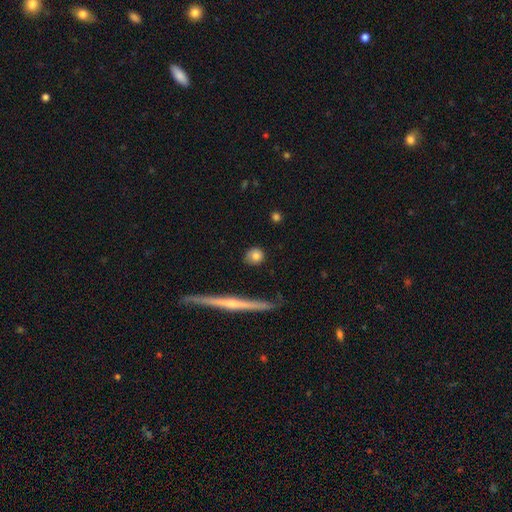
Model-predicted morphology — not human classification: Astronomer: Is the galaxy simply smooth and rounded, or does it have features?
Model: smooth — 78%.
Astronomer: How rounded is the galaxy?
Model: round — 85%.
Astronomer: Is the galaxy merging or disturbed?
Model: none — 86%.